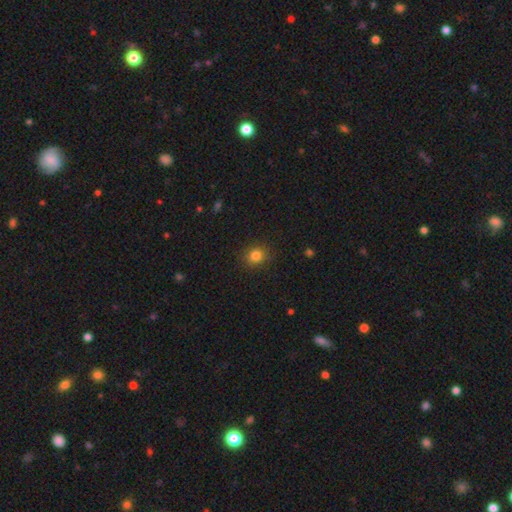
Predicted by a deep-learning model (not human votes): This appears to be a smooth galaxy with no disk features (83%) that is round (80%). Merging: none (88%).